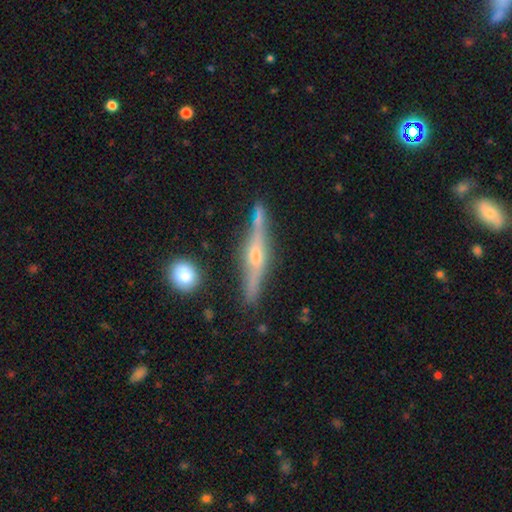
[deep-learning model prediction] Morphology: type=featured or disk (82%); edge-on=yes (98%); edge-on bulge=rounded (90%); merging=none (85%).